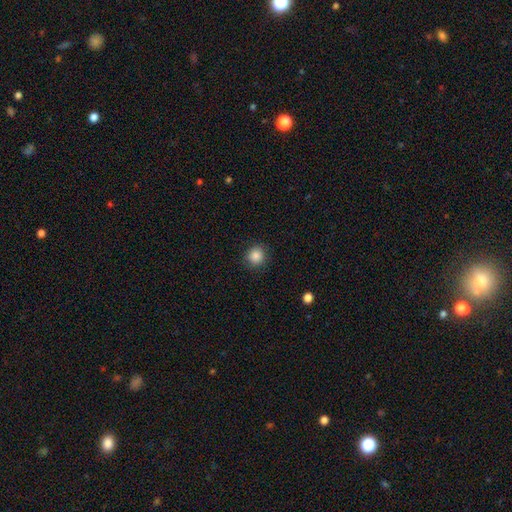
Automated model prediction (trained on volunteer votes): This is clearly a smooth galaxy (86%). How rounded: clearly round (90%). Merging: clearly none (88%).